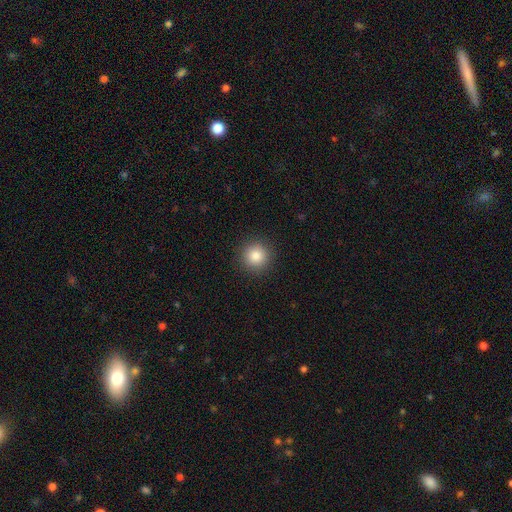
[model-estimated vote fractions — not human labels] The model was most divided on "smooth or featured": smooth: 84%, star or artifact: 11%, featured or disk: 6%. More confident: how rounded — round (95%); merging — none (92%).